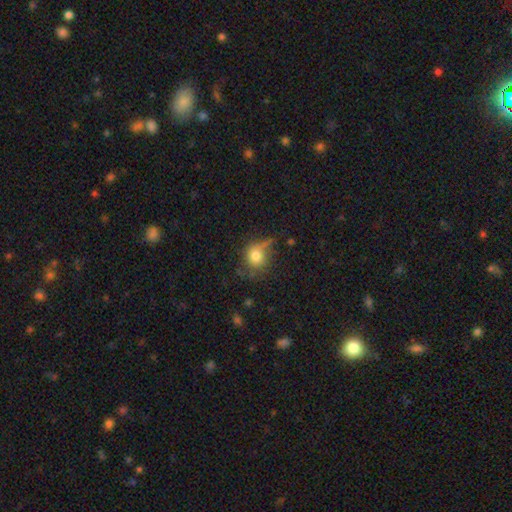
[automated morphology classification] smooth_or_featured: smooth (p=0.71) [alt: featured or disk p=0.16]
how_rounded: round (p=0.76) [alt: in between p=0.22]
merging: none (p=0.52) [alt: minor disturbance p=0.25]